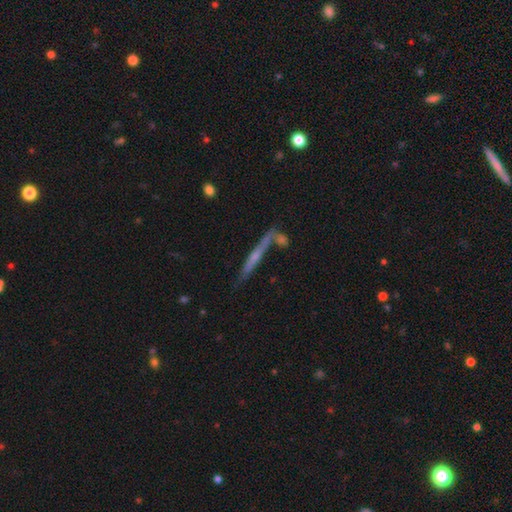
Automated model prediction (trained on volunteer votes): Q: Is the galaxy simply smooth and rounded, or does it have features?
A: featured or disk — 60%.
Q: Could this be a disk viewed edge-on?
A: yes — 93%.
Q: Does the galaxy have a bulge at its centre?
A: rounded — 48%.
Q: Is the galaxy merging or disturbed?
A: none — 66%.